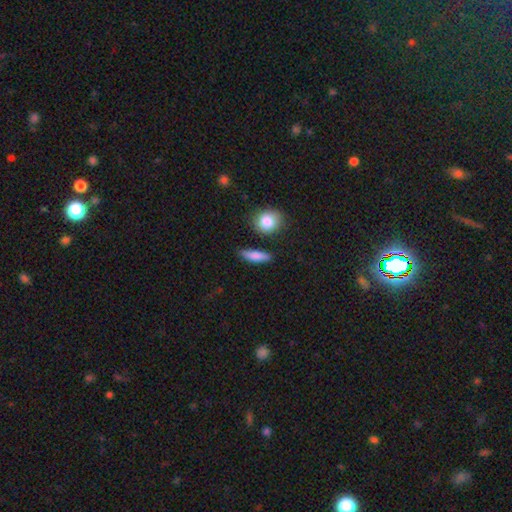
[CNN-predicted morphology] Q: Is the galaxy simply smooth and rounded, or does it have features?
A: smooth — 81%.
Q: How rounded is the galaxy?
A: cigar-shaped — 53%.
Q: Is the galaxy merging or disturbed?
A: none — 80%.